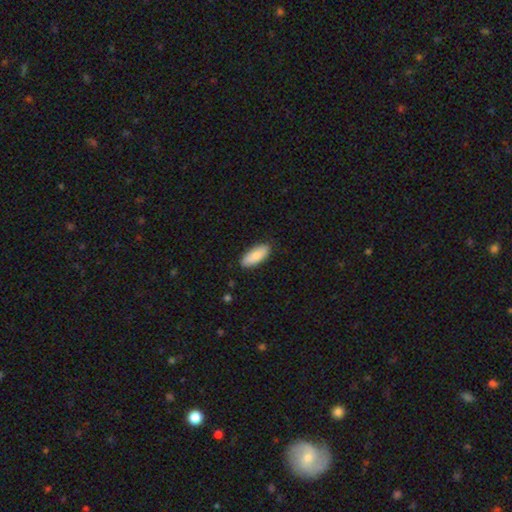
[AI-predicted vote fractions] Smooth or featured? smooth (85%)
How rounded? in between (83%)
Merging? none (87%)